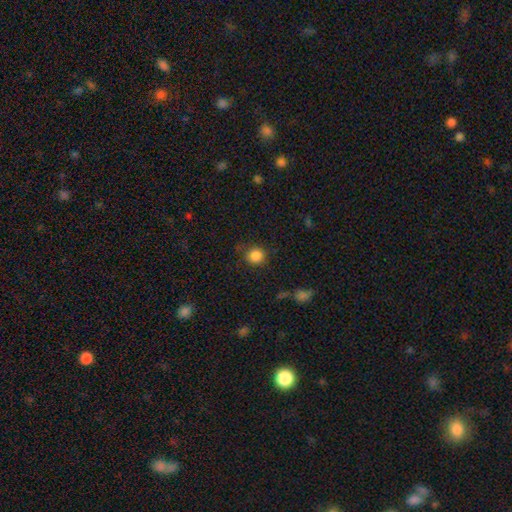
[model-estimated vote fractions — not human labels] This appears to be a smooth galaxy with no disk features (86%) that is round (89%). Merging: none (79%).